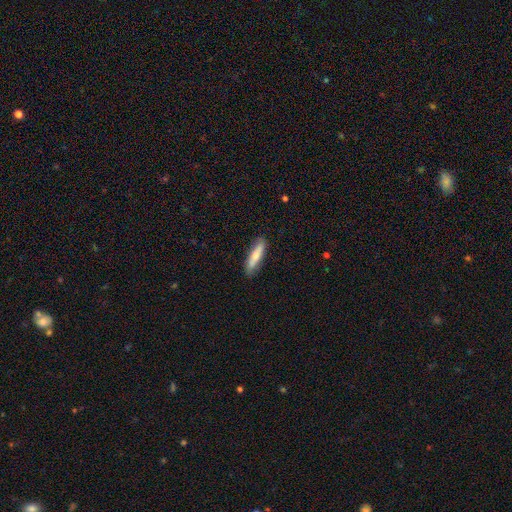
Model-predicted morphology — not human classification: Smooth or featured: smooth — 70% (featured or disk — 24%)
How rounded: cigar-shaped — 77% (in between — 22%)
Merging: none — 85% (minor disturbance — 12%)